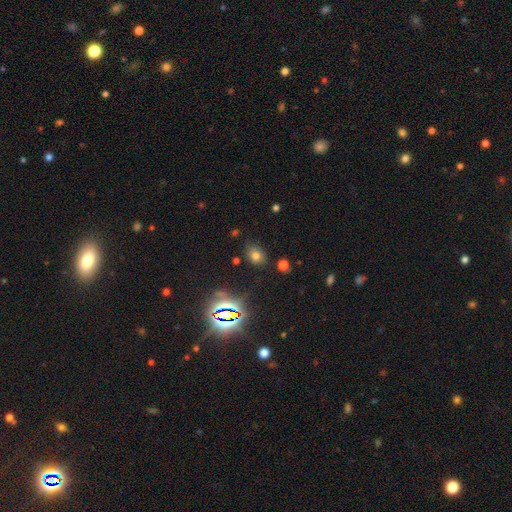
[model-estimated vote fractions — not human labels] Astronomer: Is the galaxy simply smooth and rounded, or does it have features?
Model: smooth — 63%.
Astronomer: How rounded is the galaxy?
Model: in between — 63%.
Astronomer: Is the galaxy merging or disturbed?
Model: none — 75%.